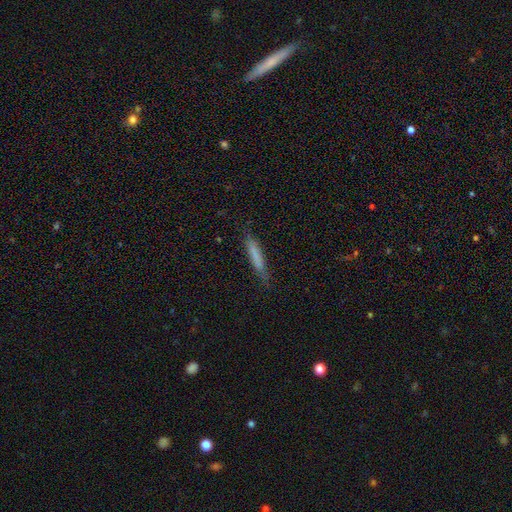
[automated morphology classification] type=smooth (70%); roundness=cigar-shaped (93%); merging=none (80%).